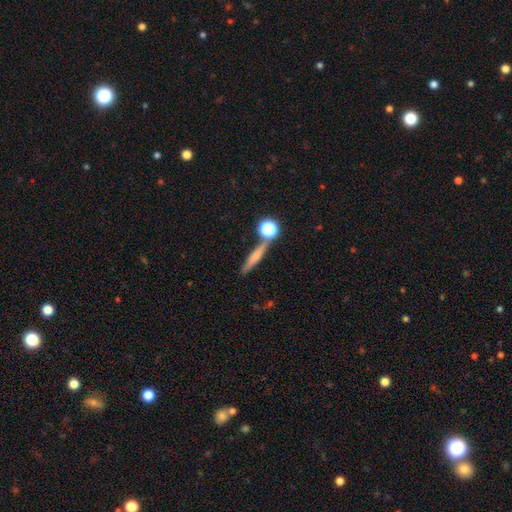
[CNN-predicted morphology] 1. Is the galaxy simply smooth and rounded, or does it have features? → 58% smooth, 30% featured or disk, 12% star or artifact.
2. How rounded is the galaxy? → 78% cigar-shaped, 12% in between, 10% round.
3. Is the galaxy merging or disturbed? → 72% none, 14% merger, 10% minor disturbance, 4% major disturbance.